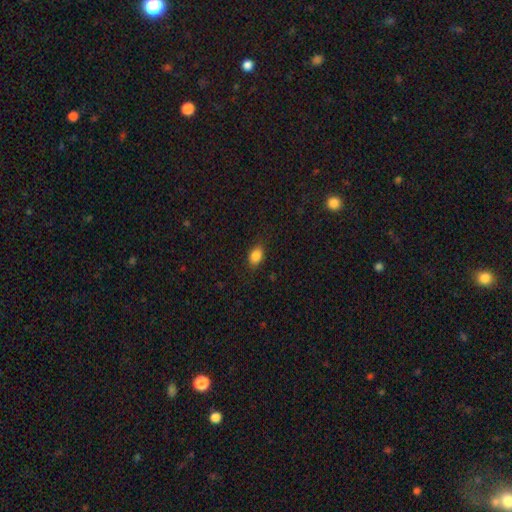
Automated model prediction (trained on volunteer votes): Smooth or featured? smooth (85%)
How rounded? in between (76%)
Merging? none (84%)